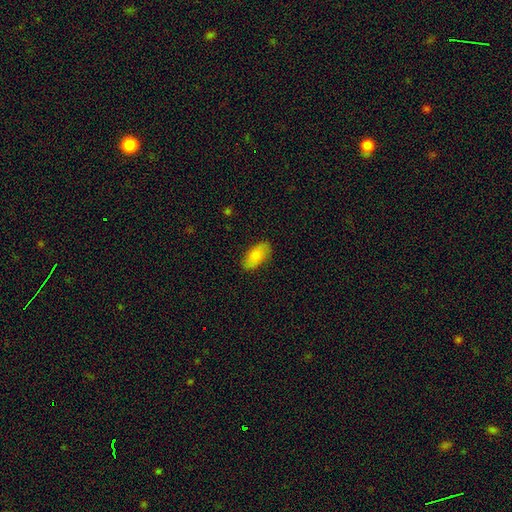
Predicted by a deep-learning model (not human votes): Smooth or featured? smooth (82%)
How rounded? in between (94%)
Merging? none (85%)